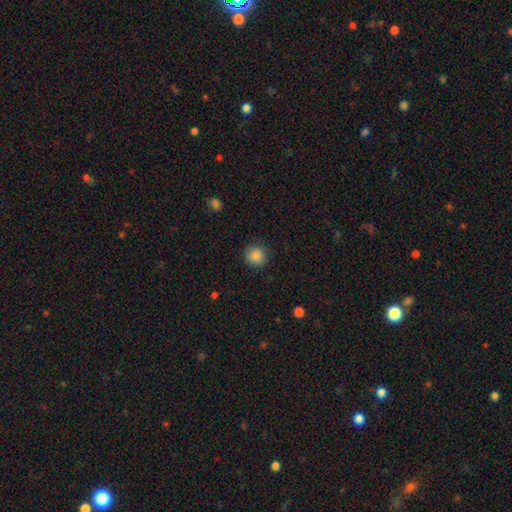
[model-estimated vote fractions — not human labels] Morphology: type=smooth (87%); roundness=round (92%); merging=none (87%).